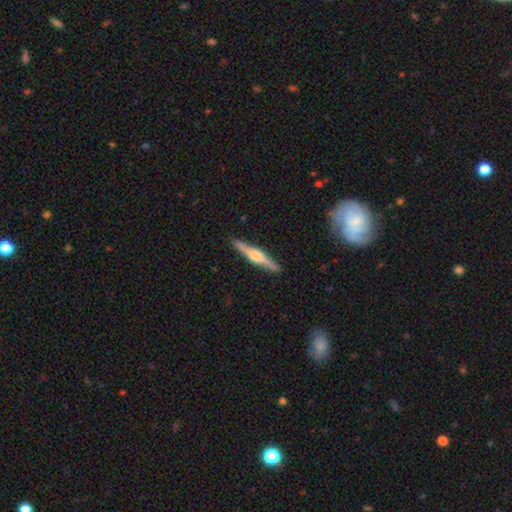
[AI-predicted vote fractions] This appears to be a featured or disk galaxy (74%) viewed edge-on (98%) with a rounded central bulge (80%). Merging: none (91%).